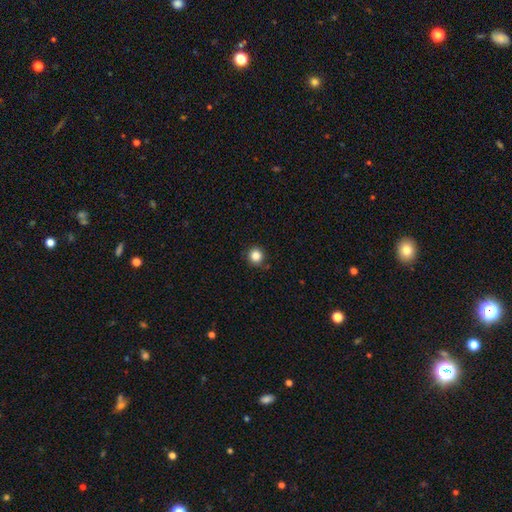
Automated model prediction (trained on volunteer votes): smooth-or-featured: smooth: 85% | star or artifact: 11% | featured or disk: 4%
  how-rounded: round: 93% | in between: 6% | cigar-shaped: 1%
  merging: none: 90% | minor disturbance: 7% | major disturbance: 2% | merger: 1%